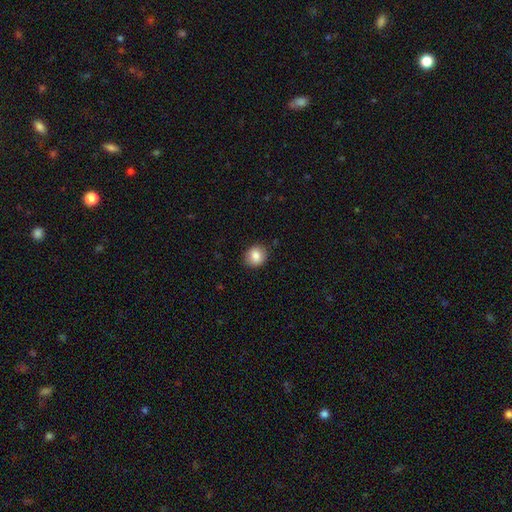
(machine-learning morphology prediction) The model was most divided on "how rounded": round: 77%, in between: 22%, cigar-shaped: 1%. More confident: merging — none (87%); smooth or featured — smooth (84%).